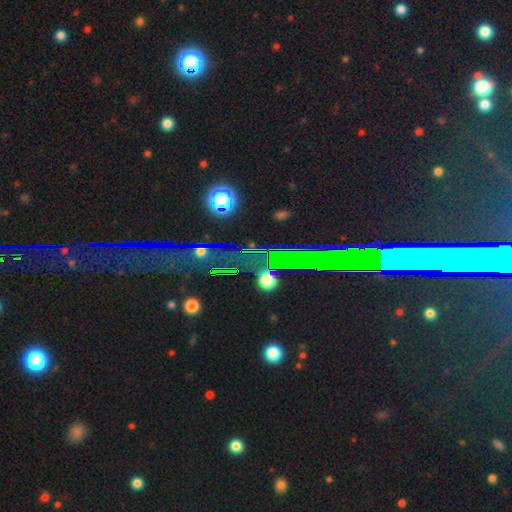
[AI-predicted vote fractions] This is likely a star or artifact rather than a galaxy (78%).